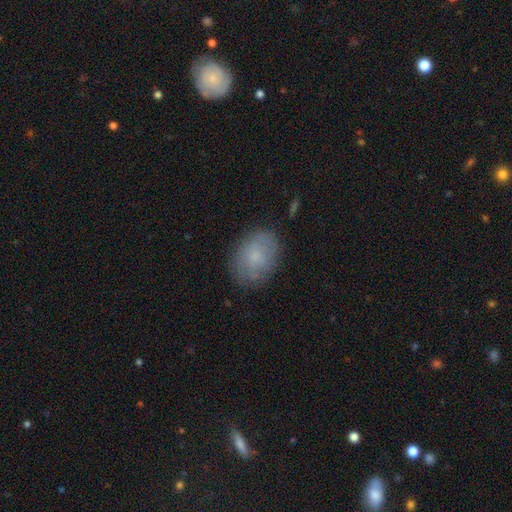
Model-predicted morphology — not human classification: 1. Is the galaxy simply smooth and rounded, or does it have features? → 71% smooth, 20% featured or disk, 8% star or artifact.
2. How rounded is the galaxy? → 74% in between, 24% round, 1% cigar-shaped.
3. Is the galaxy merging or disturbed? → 78% none, 16% minor disturbance, 5% major disturbance, 1% merger.